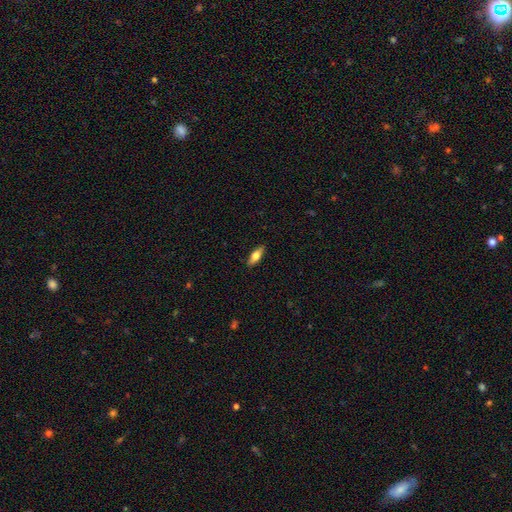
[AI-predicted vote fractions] smooth_or_featured: smooth (p=0.62) [alt: featured or disk p=0.32]
how_rounded: in between (p=0.61) [alt: cigar-shaped p=0.36]
merging: none (p=0.88) [alt: minor disturbance p=0.09]